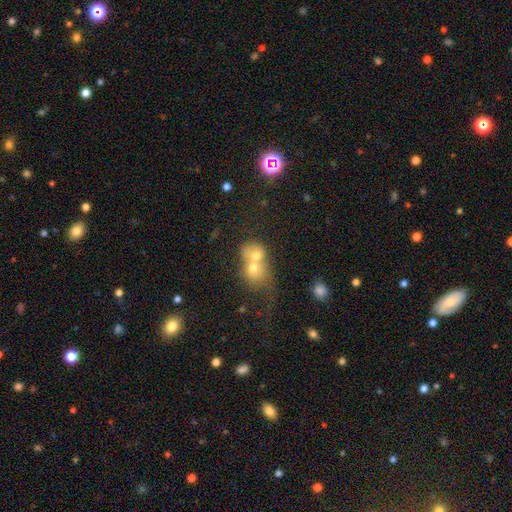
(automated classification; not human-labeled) A smooth galaxy with no disk features (63%) that is round (58%). Merging: merger (77%).